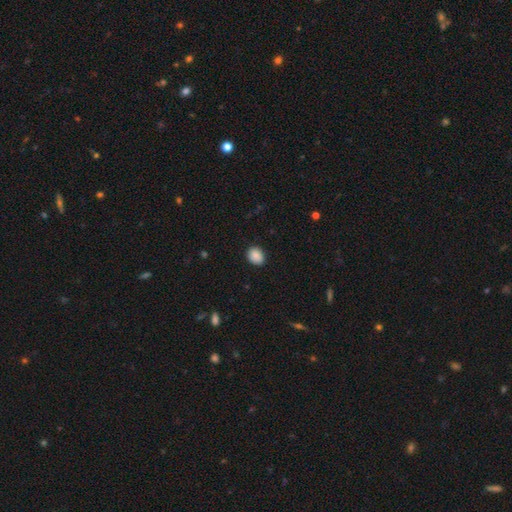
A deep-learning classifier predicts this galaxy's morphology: Overall: smooth (89%). How rounded: in between (55%; round 44%). Merging: none (88%).